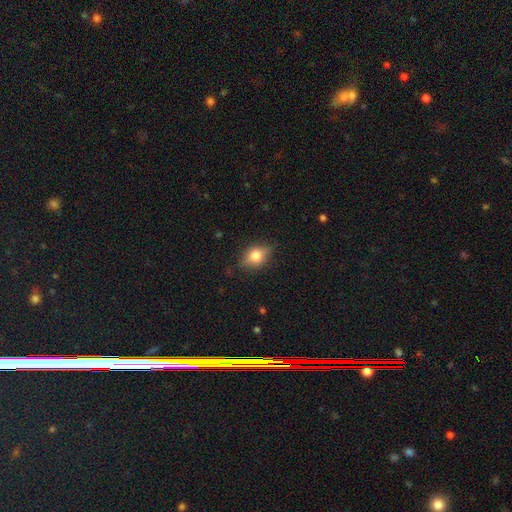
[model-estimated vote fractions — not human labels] Morphology: type=smooth (64%); roundness=in between (69%); merging=none (78%).